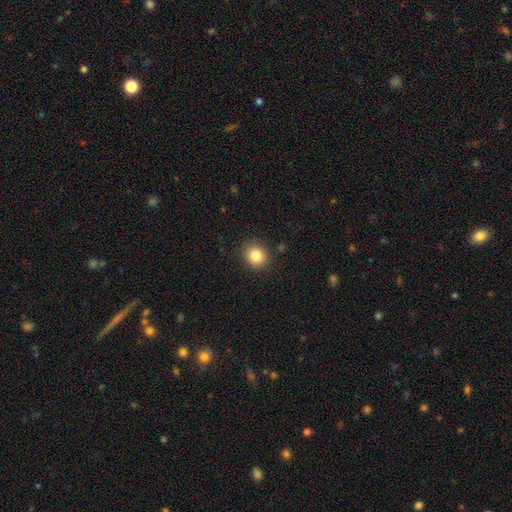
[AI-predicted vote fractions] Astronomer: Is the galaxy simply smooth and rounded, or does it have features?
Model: smooth — 84%.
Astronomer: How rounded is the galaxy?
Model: round — 82%.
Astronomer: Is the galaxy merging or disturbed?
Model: none — 88%.